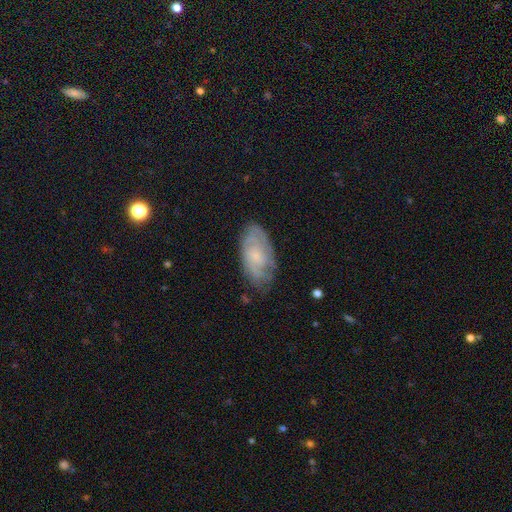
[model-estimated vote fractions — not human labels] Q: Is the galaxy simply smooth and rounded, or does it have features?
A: featured or disk — 57%.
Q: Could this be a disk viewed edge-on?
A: no — 93%.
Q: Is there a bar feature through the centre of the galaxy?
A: no — 73%.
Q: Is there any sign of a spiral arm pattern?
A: yes — 81%.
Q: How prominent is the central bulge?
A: small — 53%.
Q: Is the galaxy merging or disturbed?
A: none — 73%.